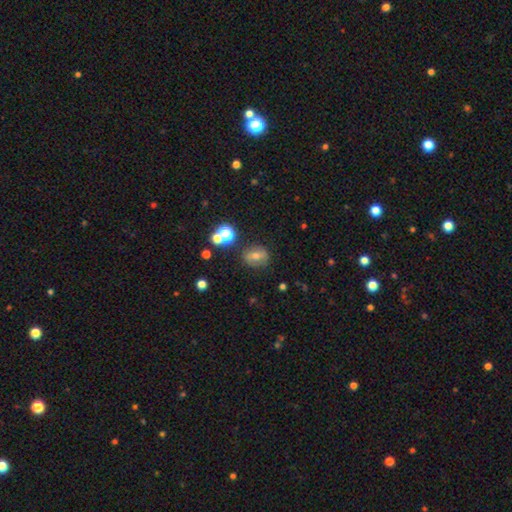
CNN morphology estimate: smooth 52%, featured or disk 31%, star or artifact 16%. Down the decision tree: how rounded — round (61%); merging — none (76%).